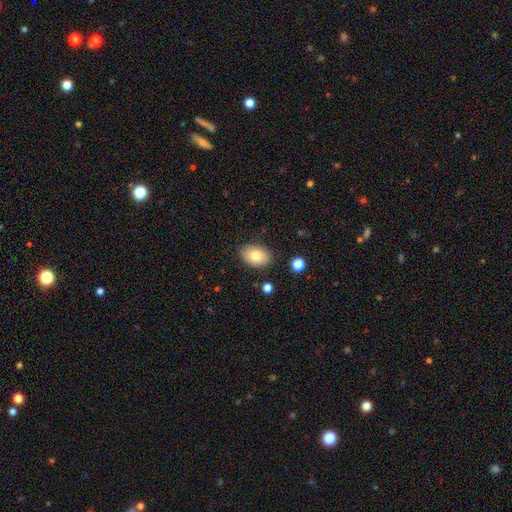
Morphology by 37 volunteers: This appears to be a smooth galaxy with no disk features (84%) that is in between round and cigar-shaped (90%). Merging: none (86%).